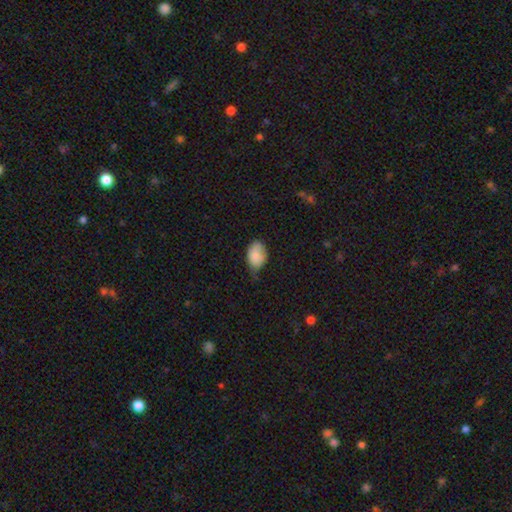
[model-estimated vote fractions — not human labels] The model was most divided on "merging": minor disturbance: 48%, none: 39%, major disturbance: 10%, merger: 2%. More confident: how rounded — in between (86%); smooth or featured — smooth (86%).